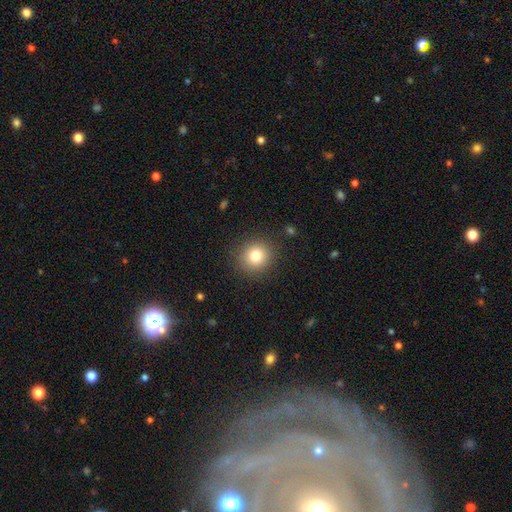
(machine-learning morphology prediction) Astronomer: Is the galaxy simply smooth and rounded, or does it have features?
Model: smooth — 81%.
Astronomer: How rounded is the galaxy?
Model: round — 89%.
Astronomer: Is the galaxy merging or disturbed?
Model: none — 89%.